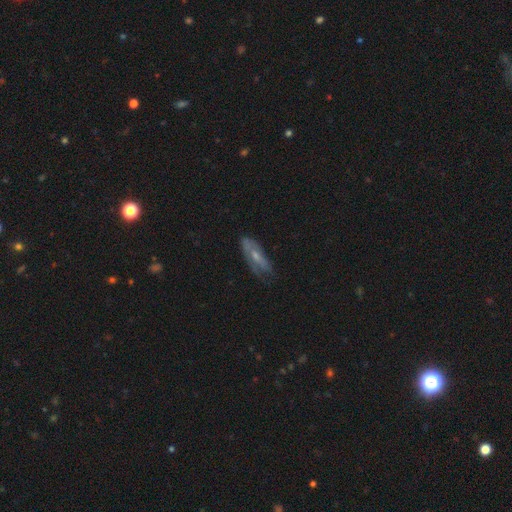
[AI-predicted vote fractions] Morphology: type=featured or disk (56%); edge-on=no (76%); merging=none (60%).